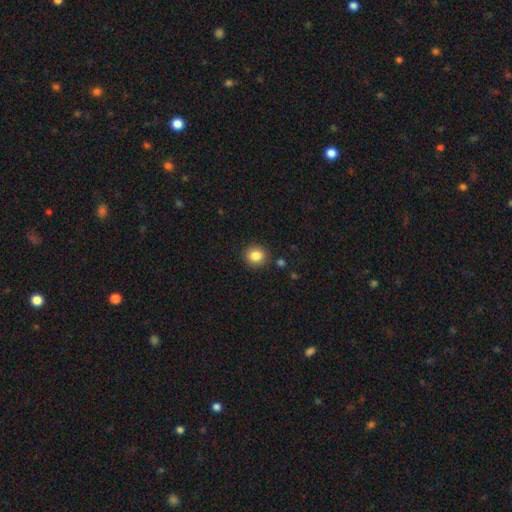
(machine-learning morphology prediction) type=smooth (85%); roundness=round (78%); merging=none (89%).